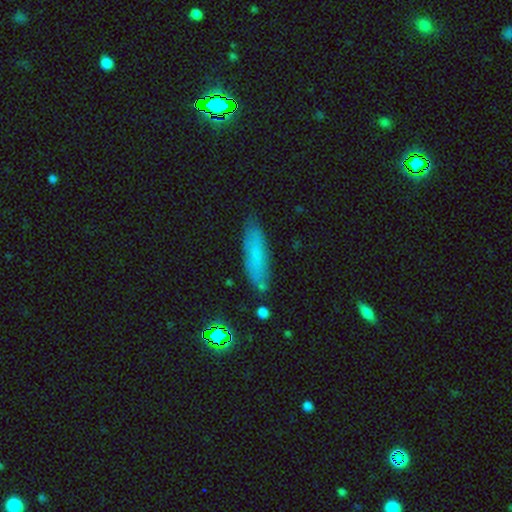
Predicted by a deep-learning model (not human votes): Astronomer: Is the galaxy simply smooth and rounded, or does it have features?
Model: smooth — 66%.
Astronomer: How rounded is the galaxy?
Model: cigar-shaped — 67%.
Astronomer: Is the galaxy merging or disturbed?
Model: none — 78%.